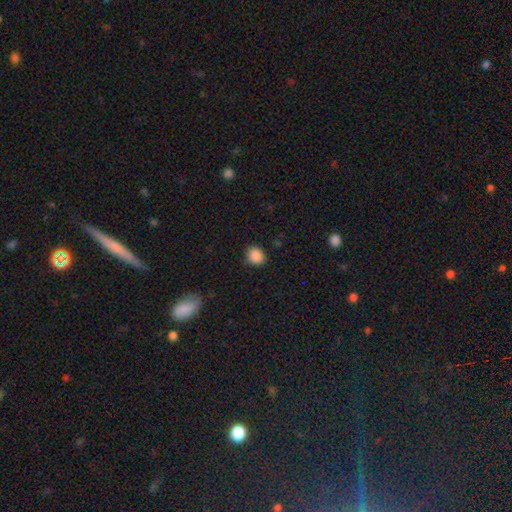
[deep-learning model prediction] Q: Smooth or featured?
A: smooth (88%); runner-up: star or artifact (10%)
Q: How rounded?
A: round (61%); runner-up: in between (38%)
Q: Merging?
A: none (86%); runner-up: minor disturbance (10%)